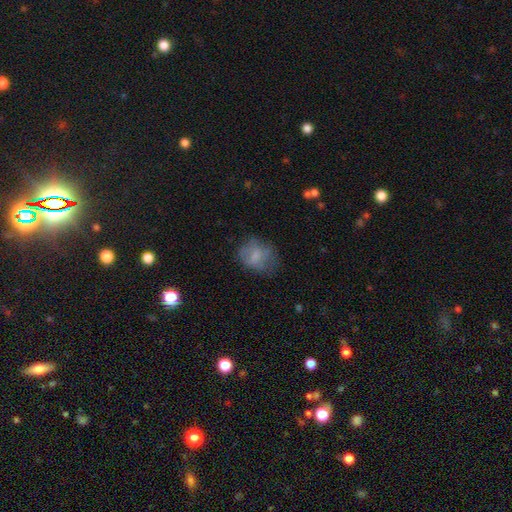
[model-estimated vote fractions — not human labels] A smooth galaxy with no disk features (66%) that is in between round and cigar-shaped (51%). Merging: none (51%).